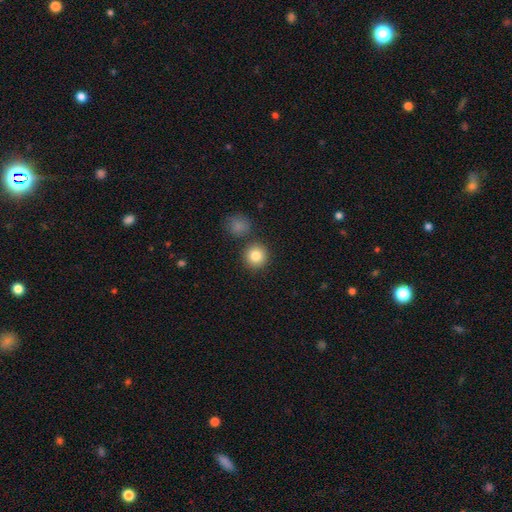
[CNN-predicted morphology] Q: Smooth or featured?
A: smooth (84%); runner-up: star or artifact (10%)
Q: How rounded?
A: round (93%); runner-up: in between (6%)
Q: Merging?
A: none (82%); runner-up: merger (9%)